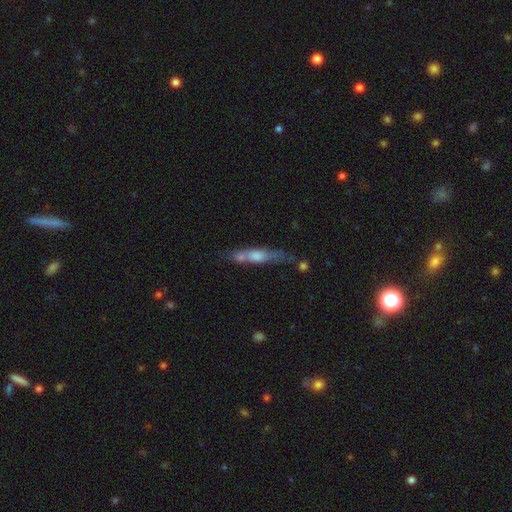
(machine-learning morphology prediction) Q: Smooth or featured?
A: featured or disk (51%); runner-up: smooth (41%)
Q: Edge-on disk?
A: yes (80%); runner-up: no (20%)
Q: Merging?
A: none (53%); runner-up: minor disturbance (20%)